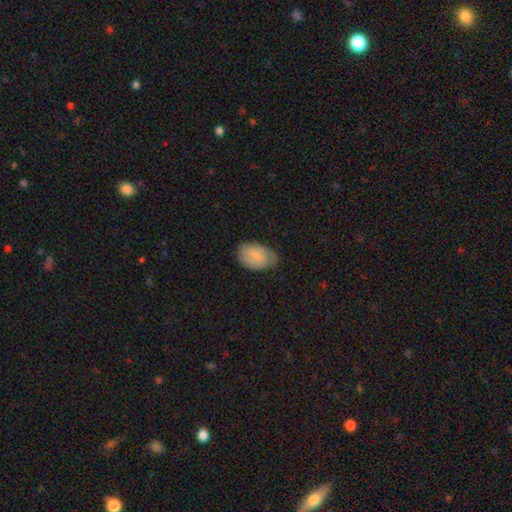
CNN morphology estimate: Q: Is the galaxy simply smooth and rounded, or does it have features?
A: smooth — 70%.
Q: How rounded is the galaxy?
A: in between — 88%.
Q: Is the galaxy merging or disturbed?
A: none — 62%.